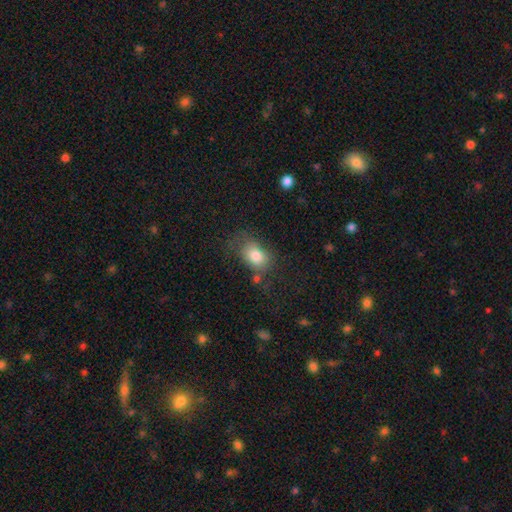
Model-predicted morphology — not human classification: Smooth or featured? smooth (79%)
How rounded? in between (75%)
Merging? none (49%)